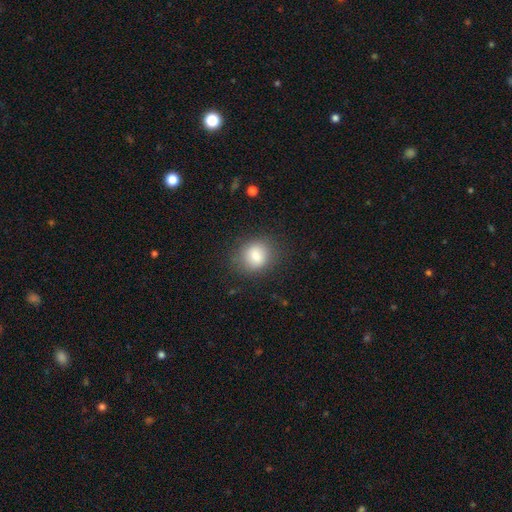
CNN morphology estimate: This appears to be a smooth galaxy with no disk features (79%) that is round (76%). Merging: none (83%).